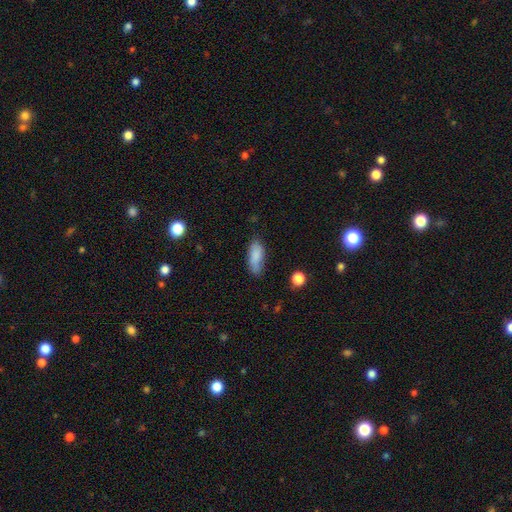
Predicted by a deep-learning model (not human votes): A smooth galaxy with no disk features (83%) that is in between round and cigar-shaped (75%).

Vote fractions:
- Smooth or featured? smooth: 83% / featured or disk: 10% / star or artifact: 7%
- How rounded? in between: 75% / cigar-shaped: 23% / round: 2%
- Merging? none: 70% / minor disturbance: 23% / major disturbance: 5% / merger: 2%